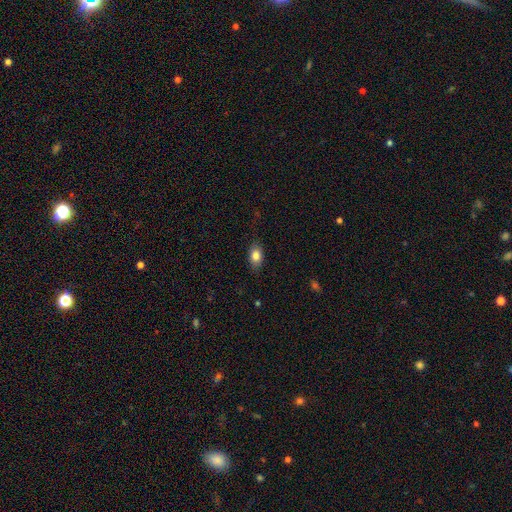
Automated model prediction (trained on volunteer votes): Smooth or featured?
  - smooth: 83% *
  - featured or disk: 9%
  - star or artifact: 8%
How rounded?
  - in between: 85% *
  - round: 12%
  - cigar-shaped: 2%
Merging?
  - none: 84% *
  - minor disturbance: 13%
  - major disturbance: 3%
  - merger: 1%